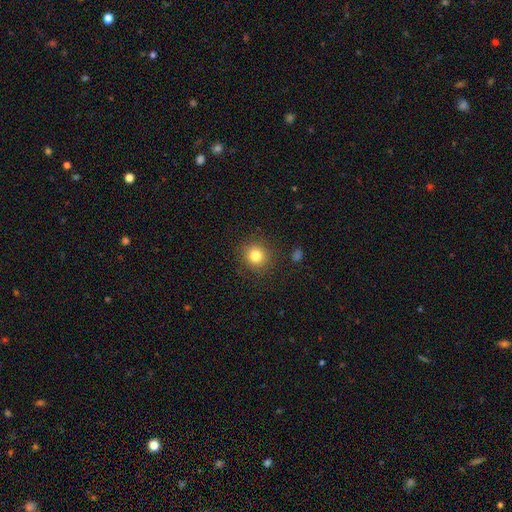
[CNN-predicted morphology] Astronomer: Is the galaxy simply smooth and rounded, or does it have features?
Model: smooth — 81%.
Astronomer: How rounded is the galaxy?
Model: round — 91%.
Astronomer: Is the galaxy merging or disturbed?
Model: none — 89%.